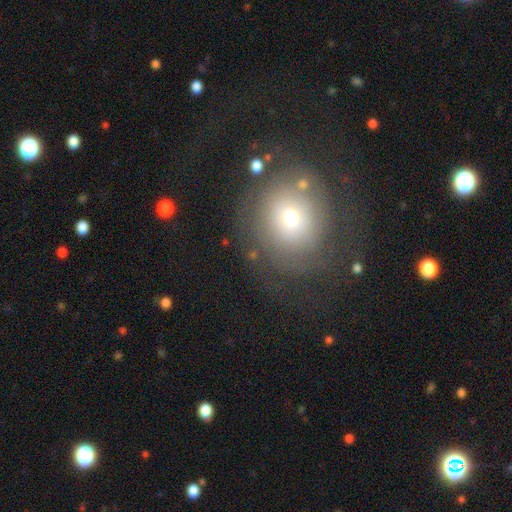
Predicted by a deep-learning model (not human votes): This appears to be a featured or disk galaxy (42%, tied with smooth). Merging: none (69%).